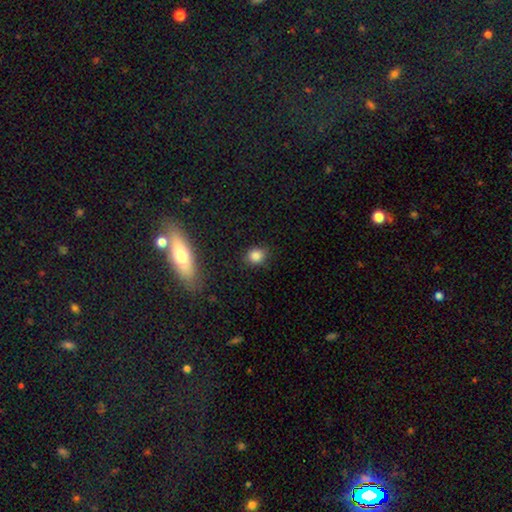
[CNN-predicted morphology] A smooth galaxy with no disk features (84%) that is round (69%). Merging: none (84%).